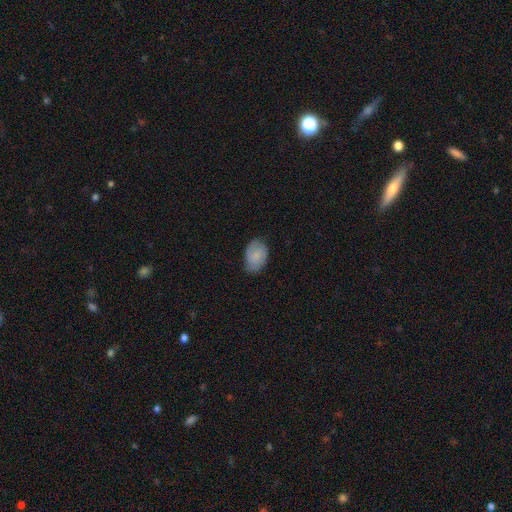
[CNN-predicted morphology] smooth-or-featured: smooth: 76% | featured or disk: 18% | star or artifact: 7%
  how-rounded: in between: 83% | round: 15% | cigar-shaped: 1%
  merging: none: 69% | minor disturbance: 26% | major disturbance: 5% | merger: 1%